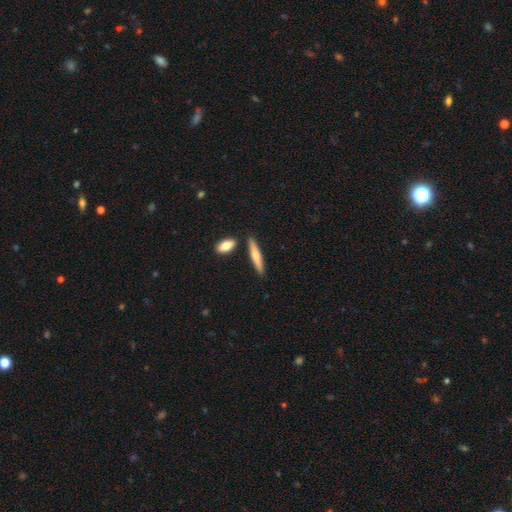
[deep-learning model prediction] This is likely a smooth galaxy (62%). How rounded: clearly cigar-shaped (86%). Merging: clearly none (83%).